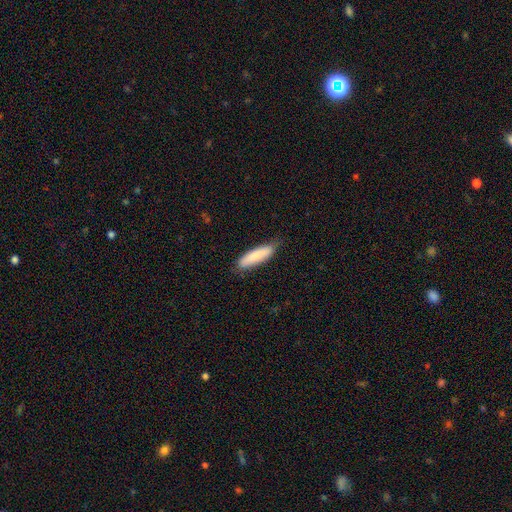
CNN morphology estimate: smooth 83%, featured or disk 12%, star or artifact 5%. Down the decision tree: how rounded — cigar-shaped (62%); merging — none (77%).